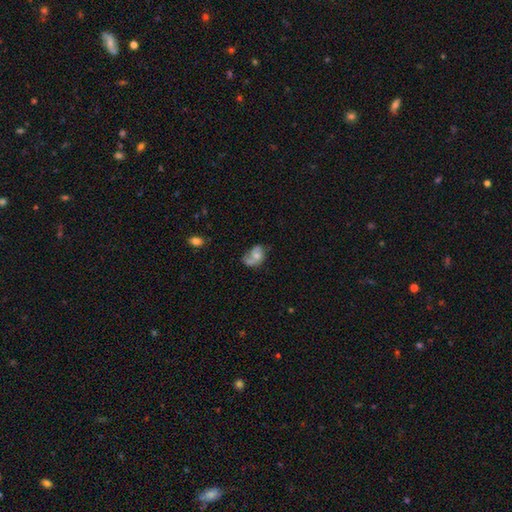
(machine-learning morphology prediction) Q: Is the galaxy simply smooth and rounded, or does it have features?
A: featured or disk — 50%.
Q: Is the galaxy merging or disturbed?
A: none — 36%.